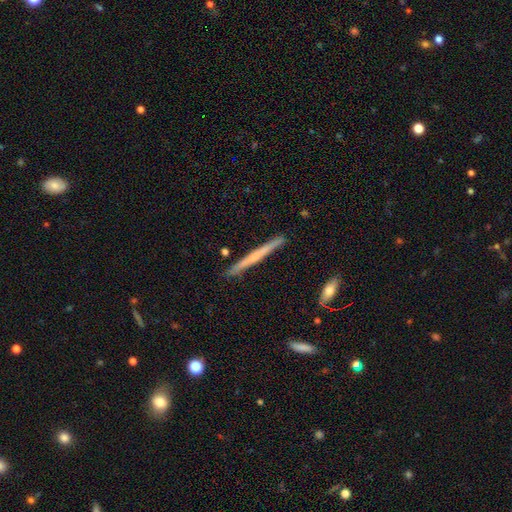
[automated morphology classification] A featured or disk galaxy (50%) viewed edge-on (97%). Merging: none (91%).